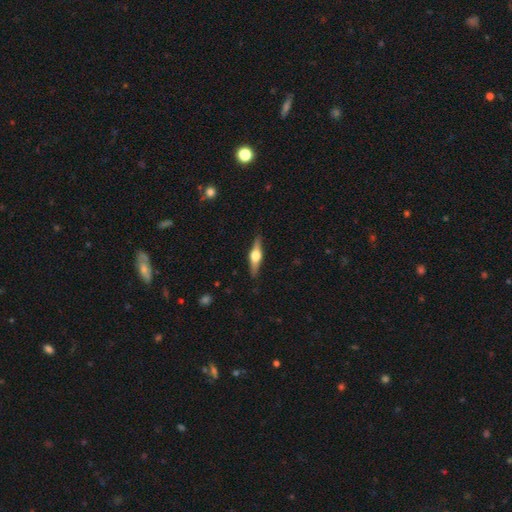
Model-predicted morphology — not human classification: This is likely a featured or disk galaxy (69%). It is clearly viewed edge-on (97%). Edge-on bulge: clearly rounded (95%). Merging: clearly none (88%).